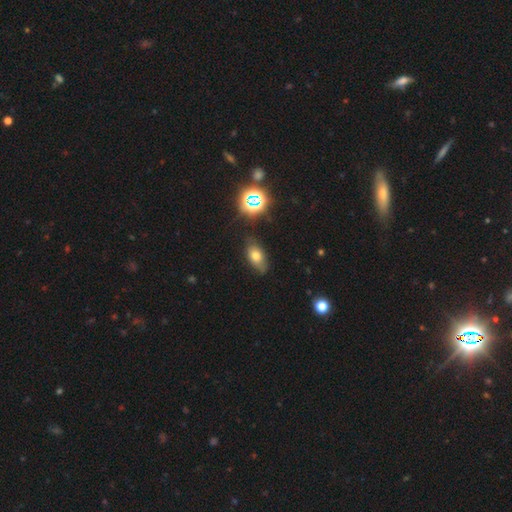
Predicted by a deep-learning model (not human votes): This appears to be a smooth galaxy with no disk features (69%) that is in between round and cigar-shaped (85%). Merging: none (75%).